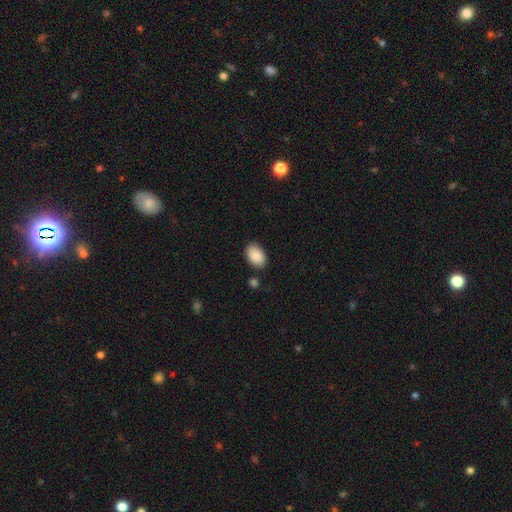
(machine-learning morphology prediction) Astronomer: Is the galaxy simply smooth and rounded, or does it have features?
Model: smooth — 90%.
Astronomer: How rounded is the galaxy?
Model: in between — 89%.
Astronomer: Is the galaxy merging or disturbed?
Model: none — 83%.